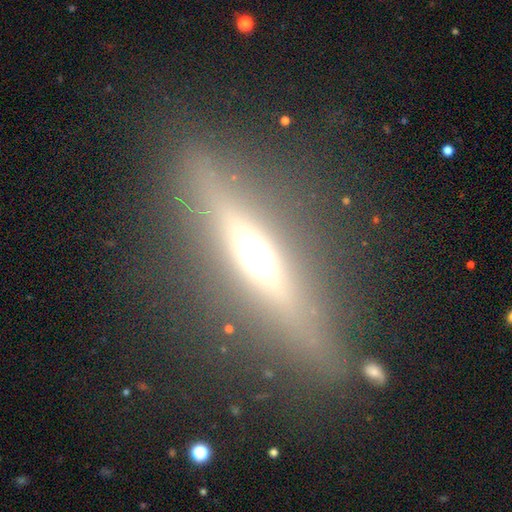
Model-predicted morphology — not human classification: Smooth or featured?
  - featured or disk: 66% *
  - smooth: 21%
  - star or artifact: 13%
Edge-on disk?
  - yes: 90% *
  - no: 10%
Edge-on bulge?
  - rounded: 88% *
  - boxy: 9%
  - none: 4%
Merging?
  - none: 82% *
  - minor disturbance: 10%
  - major disturbance: 6%
  - merger: 2%